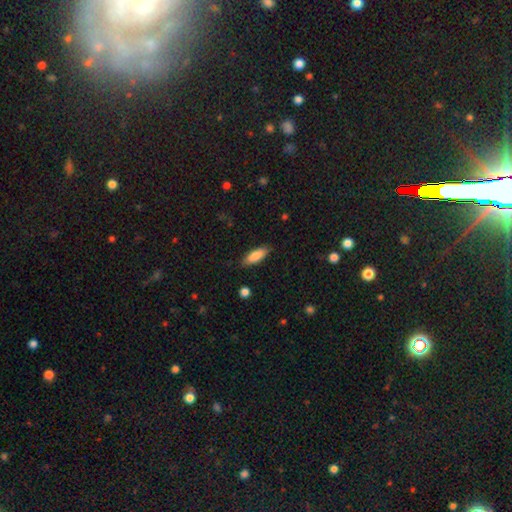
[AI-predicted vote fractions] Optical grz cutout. It shows a smooth galaxy with no disk features (84%) that is in between round and cigar-shaped (63%). Merging: none (85%).